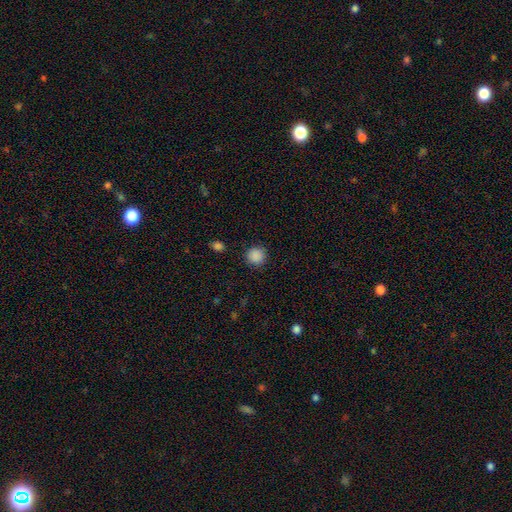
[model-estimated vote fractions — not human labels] Morphology: type=smooth (88%); roundness=round (94%); merging=none (89%).